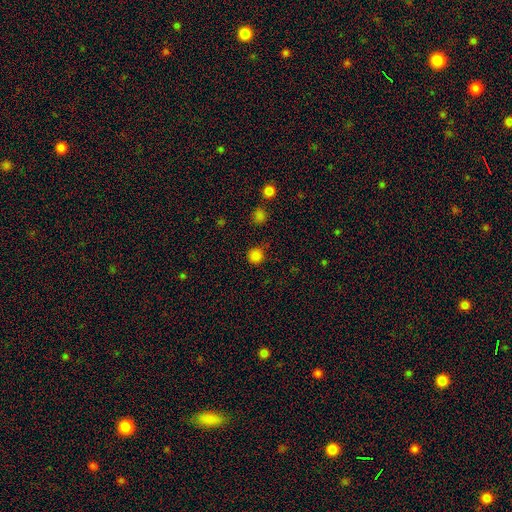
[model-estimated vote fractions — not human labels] This appears to be a smooth galaxy with no disk features (80%) that is round (94%). Merging: none (81%).